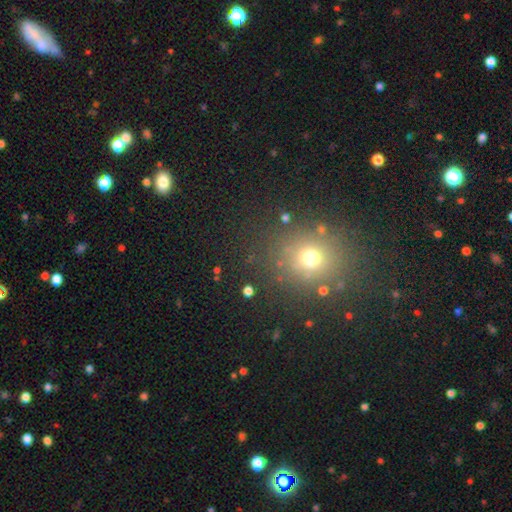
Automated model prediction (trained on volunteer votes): Morphology: type=smooth (57%); roundness=round (74%); merging=none (87%).